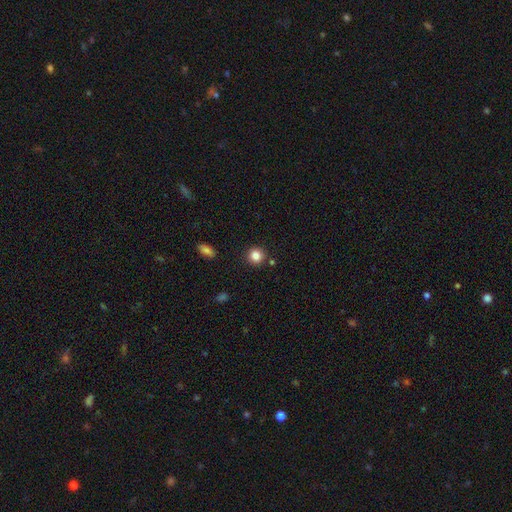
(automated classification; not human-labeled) The model was most divided on "smooth or featured": smooth: 84%, star or artifact: 11%, featured or disk: 5%. More confident: how rounded — round (90%); merging — none (87%).